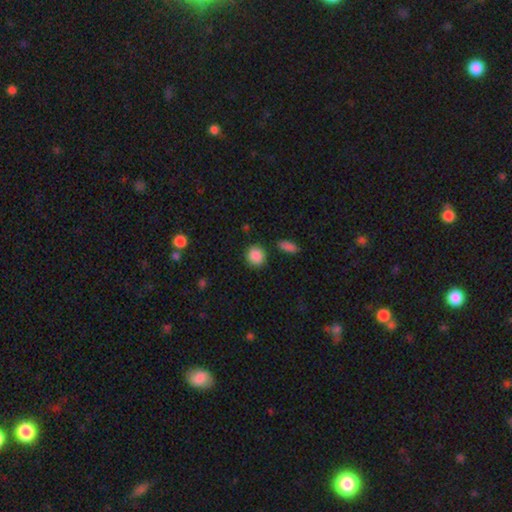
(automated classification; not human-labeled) Q: Smooth or featured?
A: smooth (89%); runner-up: star or artifact (8%)
Q: How rounded?
A: round (83%); runner-up: in between (16%)
Q: Merging?
A: none (84%); runner-up: minor disturbance (9%)